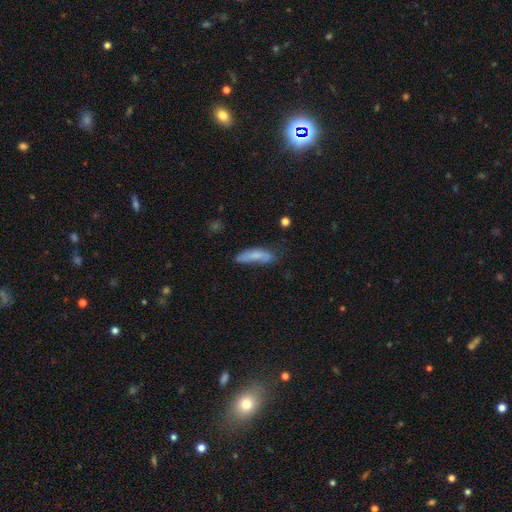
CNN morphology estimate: smooth 71%, featured or disk 21%, star or artifact 9%. Down the decision tree: how rounded — cigar-shaped (62%); merging — none (41%).